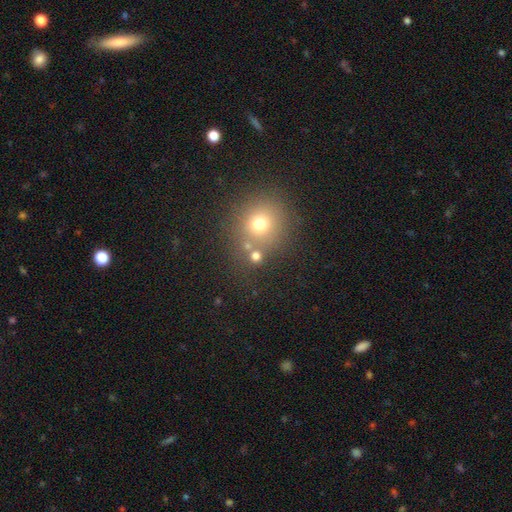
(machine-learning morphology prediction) A smooth galaxy with no disk features (68%) that is round (88%).

Vote fractions:
- Smooth or featured? smooth: 68% / star or artifact: 22% / featured or disk: 10%
- How rounded? round: 88% / in between: 11% / cigar-shaped: 1%
- Merging? none: 67% / merger: 19% / minor disturbance: 9% / major disturbance: 5%